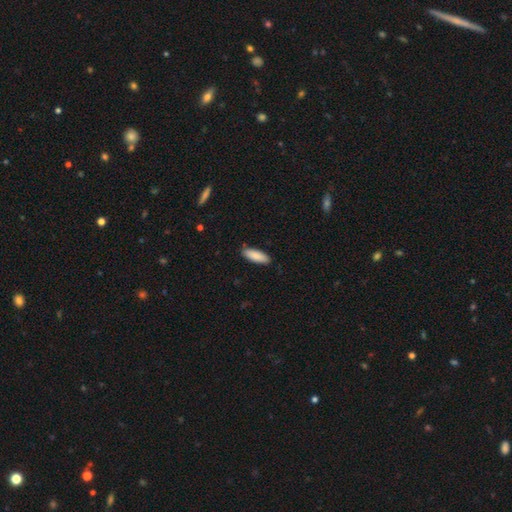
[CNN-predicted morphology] Smooth or featured: smooth — 89% (featured or disk — 6%)
How rounded: in between — 63% (cigar-shaped — 36%)
Merging: none — 87% (minor disturbance — 10%)